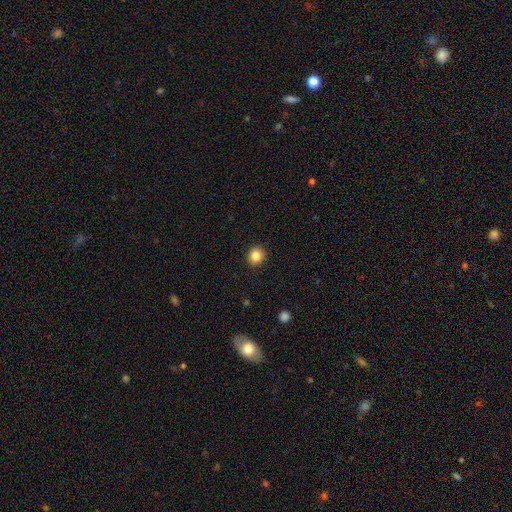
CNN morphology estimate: Smooth or featured?
  - smooth: 85% *
  - star or artifact: 10%
  - featured or disk: 5%
How rounded?
  - round: 83% *
  - in between: 16%
  - cigar-shaped: 1%
Merging?
  - none: 91% *
  - minor disturbance: 6%
  - major disturbance: 2%
  - merger: 1%